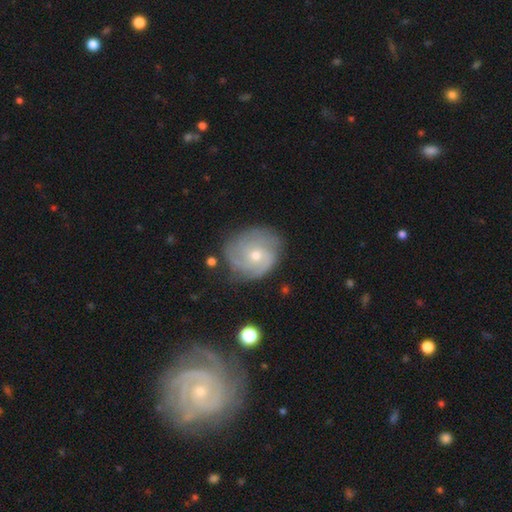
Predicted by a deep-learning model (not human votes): This is likely a featured or disk galaxy (69%). It is clearly not viewed edge-on (98%). Bar: likely no (75%). Spiral arm pattern: clearly yes (89%). Spiral arm count: marginally can't tell (31%). Spiral winding: possibly tight (53%). Central bulge: possibly small (52%). Merging: likely none (68%).